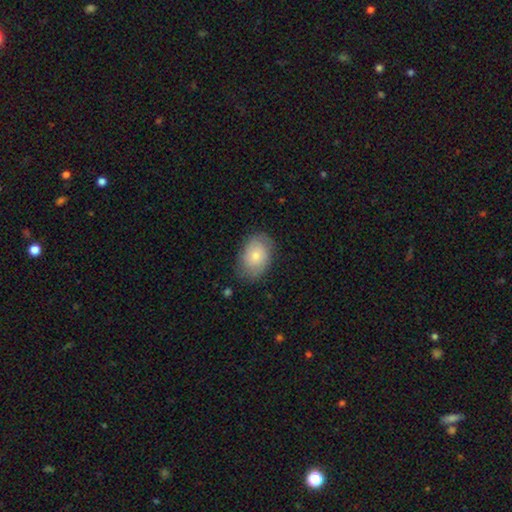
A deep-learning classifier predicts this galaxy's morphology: This appears to be a smooth galaxy with no disk features (72%) that is in between round and cigar-shaped (81%). Merging: none (75%).